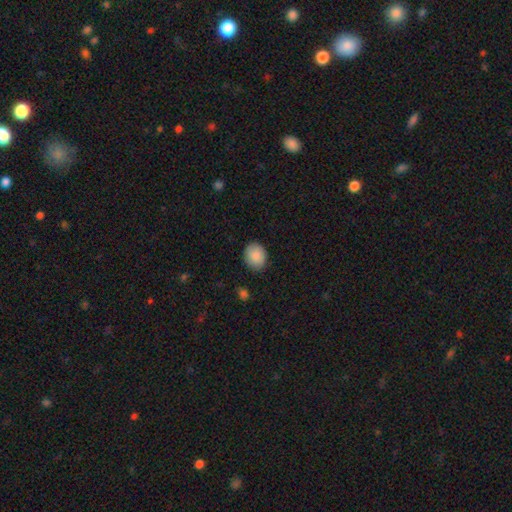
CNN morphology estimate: Smooth or featured? Predicted: smooth (p=0.88). How rounded? Predicted: round (p=0.50). Merging? Predicted: none (p=0.85).